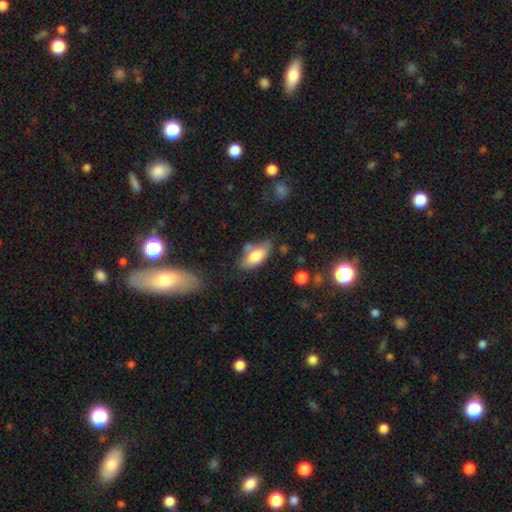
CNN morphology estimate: A smooth galaxy with no disk features (77%) that is in between round and cigar-shaped (86%). Merging: none (61%).